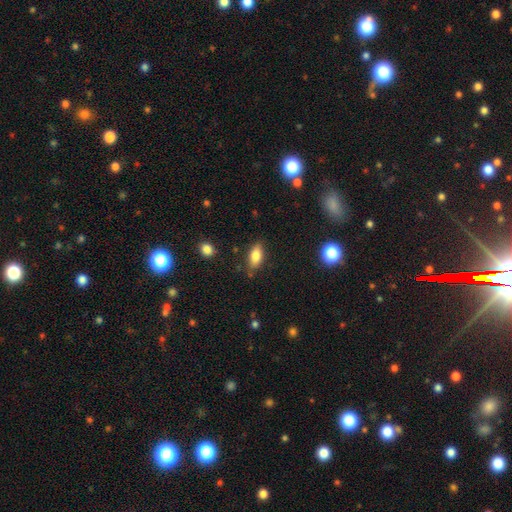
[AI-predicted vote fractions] The model was most divided on "merging": none: 81%, minor disturbance: 14%, major disturbance: 3%, merger: 2%. More confident: how rounded — in between (87%); smooth or featured — smooth (81%).